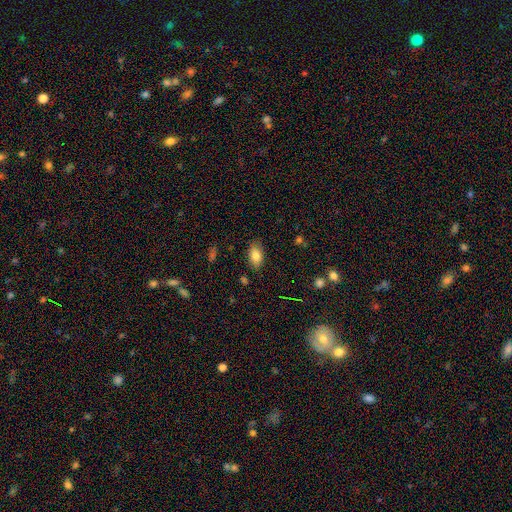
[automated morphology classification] The model was most divided on "smooth or featured": smooth: 82%, featured or disk: 10%, star or artifact: 9%. More confident: how rounded — in between (91%); merging — none (84%).